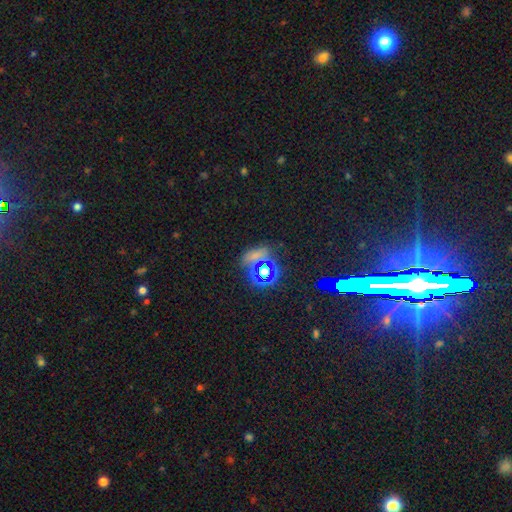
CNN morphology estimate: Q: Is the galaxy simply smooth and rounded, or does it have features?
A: star or artifact — 49%.